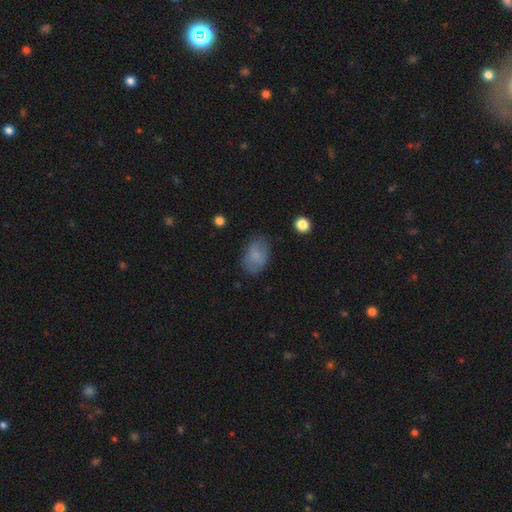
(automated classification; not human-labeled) Q: Smooth or featured?
A: smooth (78%); runner-up: featured or disk (14%)
Q: How rounded?
A: in between (88%); runner-up: round (10%)
Q: Merging?
A: none (75%); runner-up: minor disturbance (18%)